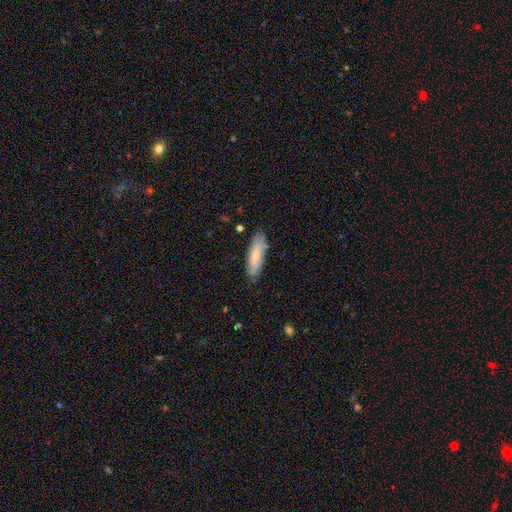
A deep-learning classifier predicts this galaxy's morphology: Overall: smooth (72%). How rounded: in between (51%; cigar-shaped 47%). Merging: none (79%).